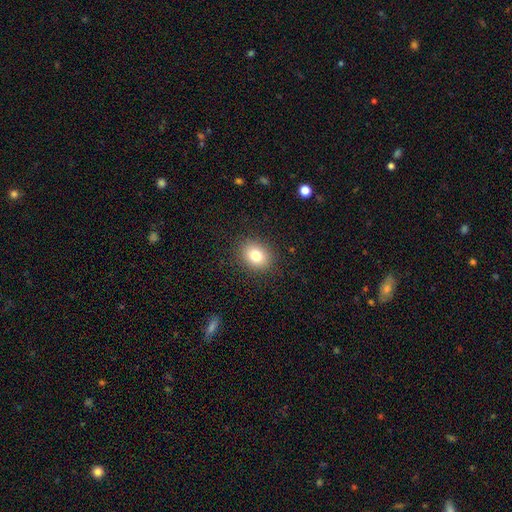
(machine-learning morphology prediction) Q: Smooth or featured?
A: smooth (81%); runner-up: star or artifact (10%)
Q: How rounded?
A: round (50%); runner-up: in between (49%)
Q: Merging?
A: none (88%); runner-up: minor disturbance (8%)